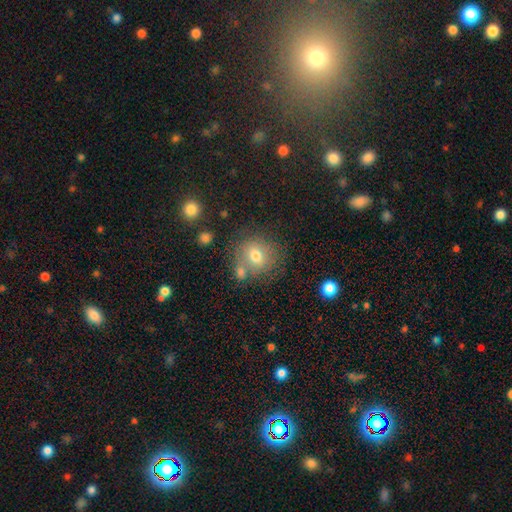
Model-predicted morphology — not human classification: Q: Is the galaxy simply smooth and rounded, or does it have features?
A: smooth — 71%.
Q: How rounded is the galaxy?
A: round — 84%.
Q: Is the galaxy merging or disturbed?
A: none — 65%.